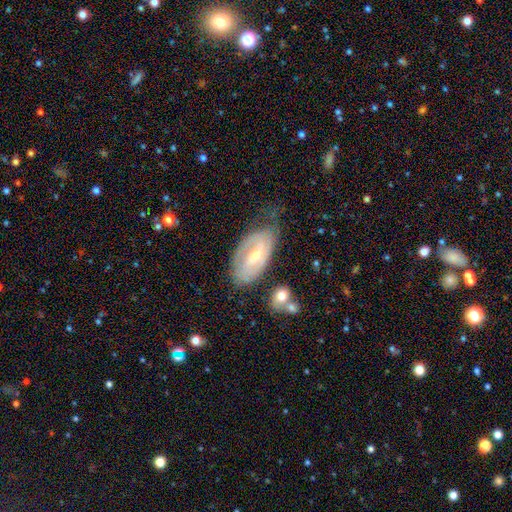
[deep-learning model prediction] smooth_or_featured: featured or disk (p=0.72) [alt: smooth p=0.22]
disk_edge_on: no (p=0.93) [alt: yes p=0.07]
bar: weak (p=0.49) [alt: strong p=0.29]
has_spiral_arms: yes (p=0.82) [alt: no p=0.18]
spiral_winding: tight (p=0.53) [alt: medium p=0.34]
spiral_arm_count: 2 (p=0.53) [alt: can't tell p=0.31]
bulge_size: small (p=0.50) [alt: moderate p=0.45]
merging: none (p=0.56) [alt: minor disturbance p=0.28]